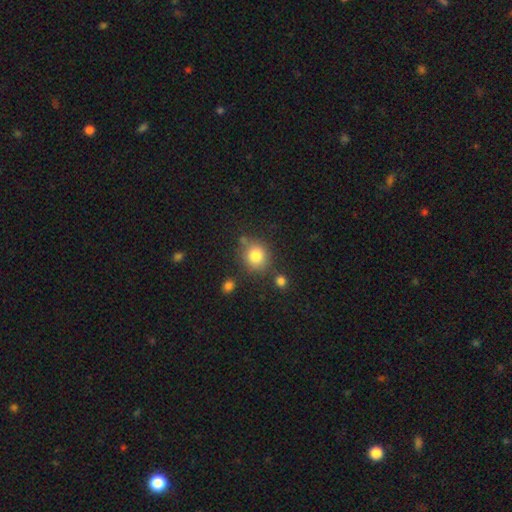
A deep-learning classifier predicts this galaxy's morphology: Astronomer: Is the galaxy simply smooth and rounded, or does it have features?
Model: smooth — 81%.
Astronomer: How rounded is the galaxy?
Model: round — 83%.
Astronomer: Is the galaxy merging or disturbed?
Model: none — 74%.